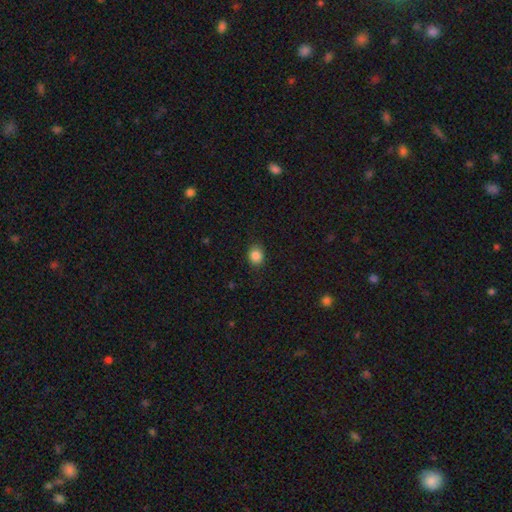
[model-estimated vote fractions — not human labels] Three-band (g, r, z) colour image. It shows a smooth galaxy with no disk features (86%) that is round (70%). Merging: none (87%).